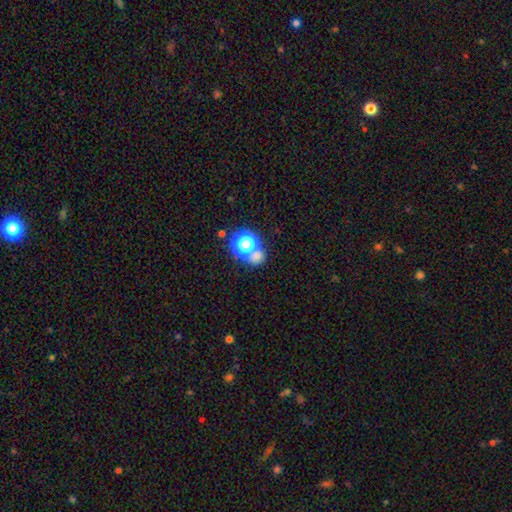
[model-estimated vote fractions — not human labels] This is likely a smooth galaxy (63%). How rounded: likely round (76%). Merging: possibly none (52%).